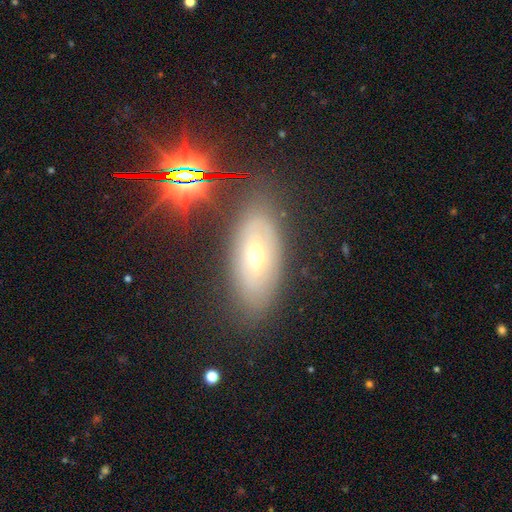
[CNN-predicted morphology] Overall: featured or disk (49%; smooth 31%). Merging: none (81%).